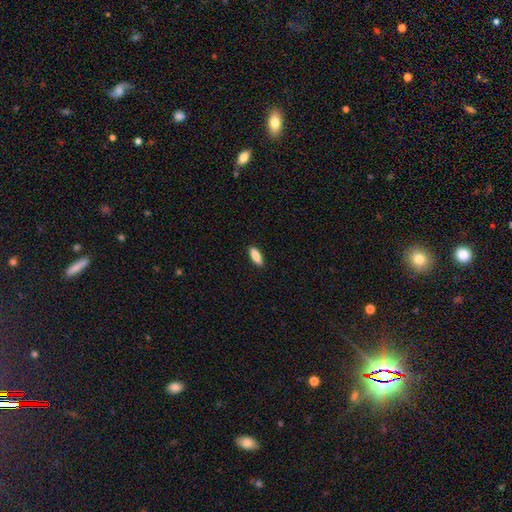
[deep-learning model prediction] smooth_or_featured: smooth (p=0.87) [alt: featured or disk p=0.07]
how_rounded: in between (p=0.58) [alt: cigar-shaped p=0.40]
merging: none (p=0.90) [alt: minor disturbance p=0.08]